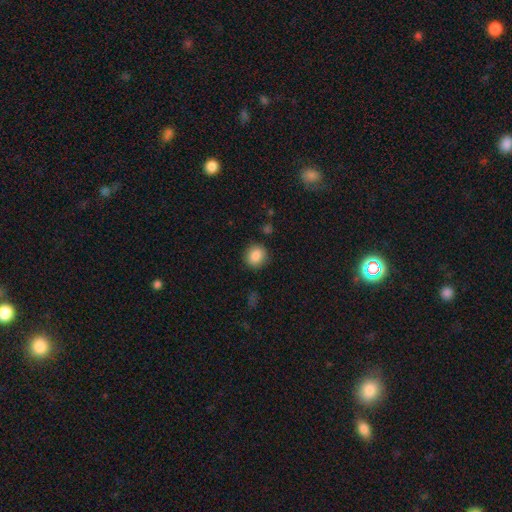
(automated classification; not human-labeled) smooth-or-featured: smooth: 87% | star or artifact: 9% | featured or disk: 4%
  how-rounded: round: 80% | in between: 19% | cigar-shaped: 1%
  merging: none: 88% | minor disturbance: 8% | major disturbance: 3% | merger: 2%